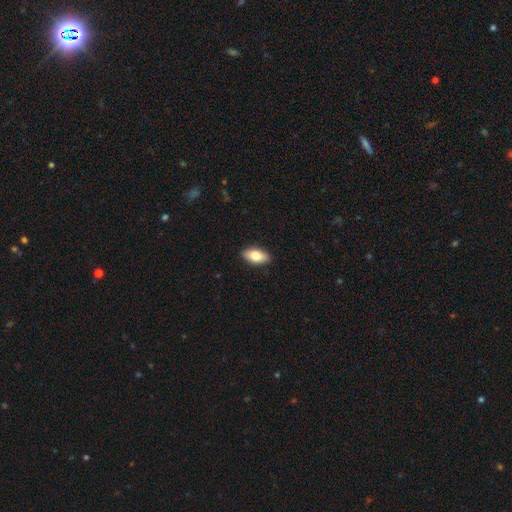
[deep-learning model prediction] smooth-or-featured: smooth: 80% | featured or disk: 13% | star or artifact: 6%
  how-rounded: in between: 91% | cigar-shaped: 6% | round: 3%
  merging: none: 90% | minor disturbance: 8% | major disturbance: 2% | merger: 1%